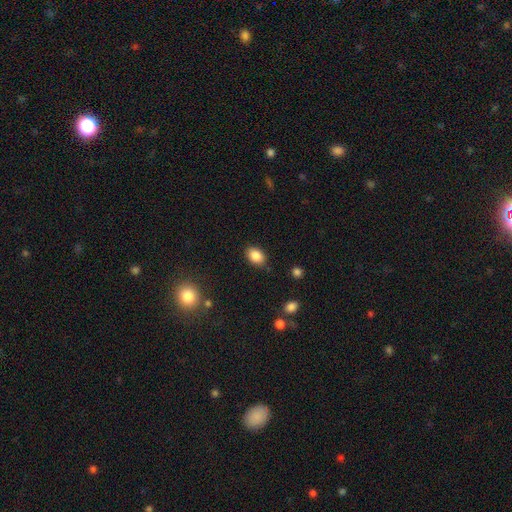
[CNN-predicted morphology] A smooth galaxy with no disk features (87%) that is in between round and cigar-shaped (83%). Merging: none (85%).